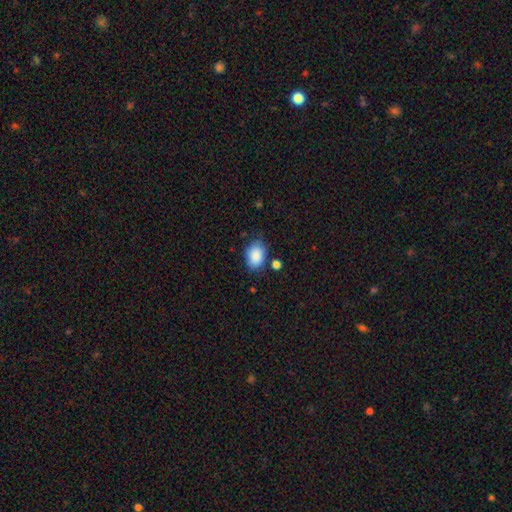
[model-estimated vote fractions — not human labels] smooth_or_featured: smooth (p=0.88) [alt: star or artifact p=0.07]
how_rounded: in between (p=0.80) [alt: round p=0.19]
merging: none (p=0.73) [alt: minor disturbance p=0.18]